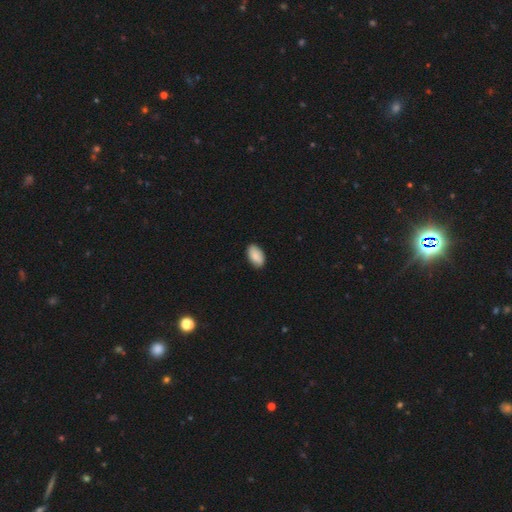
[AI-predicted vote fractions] smooth_or_featured: smooth (p=0.89) [alt: star or artifact p=0.06]
how_rounded: in between (p=0.95) [alt: round p=0.03]
merging: none (p=0.87) [alt: minor disturbance p=0.10]